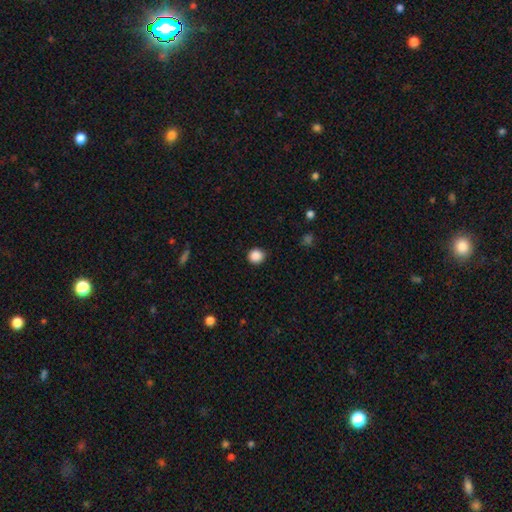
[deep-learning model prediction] Morphology: type=smooth (88%); roundness=round (93%); merging=none (91%).